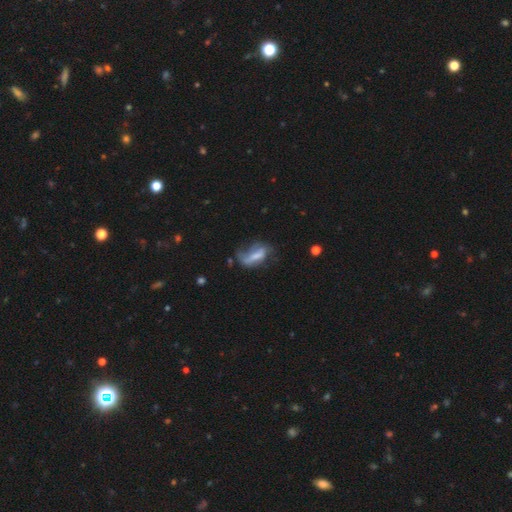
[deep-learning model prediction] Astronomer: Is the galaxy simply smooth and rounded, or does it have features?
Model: featured or disk — 50% (runner-up: smooth, 41%).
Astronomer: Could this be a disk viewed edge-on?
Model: no — 87%.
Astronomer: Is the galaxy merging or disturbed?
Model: major disturbance — 37% (runner-up: none, 32%).